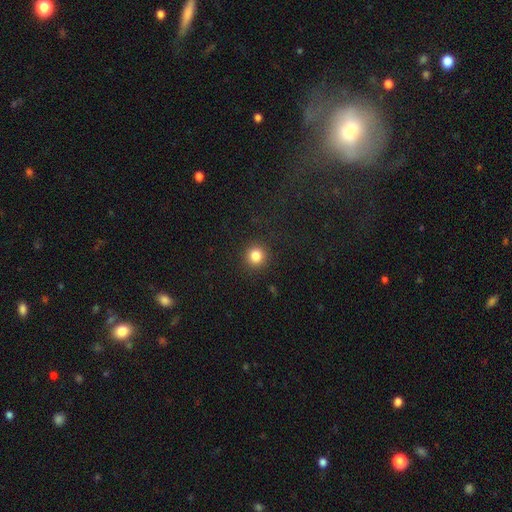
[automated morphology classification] smooth-or-featured: smooth: 84% | star or artifact: 11% | featured or disk: 5%
  how-rounded: round: 93% | in between: 6% | cigar-shaped: 1%
  merging: none: 91% | minor disturbance: 5% | major disturbance: 2% | merger: 1%